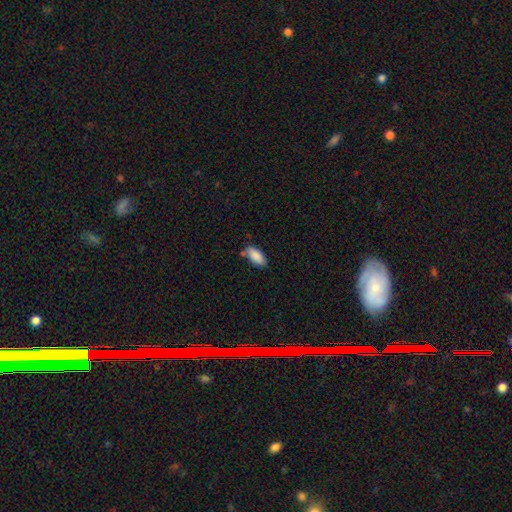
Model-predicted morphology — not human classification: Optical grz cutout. It shows a smooth galaxy with no disk features (88%) that is in between round and cigar-shaped (90%). Merging: none (70%).